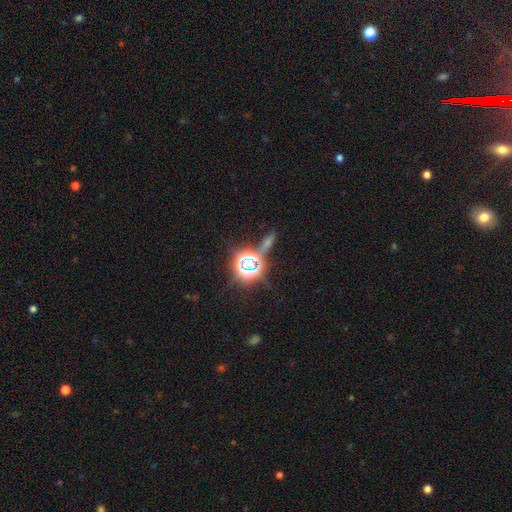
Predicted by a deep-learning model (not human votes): Smooth or featured?
  - star or artifact: 63% *
  - smooth: 29%
  - featured or disk: 8%